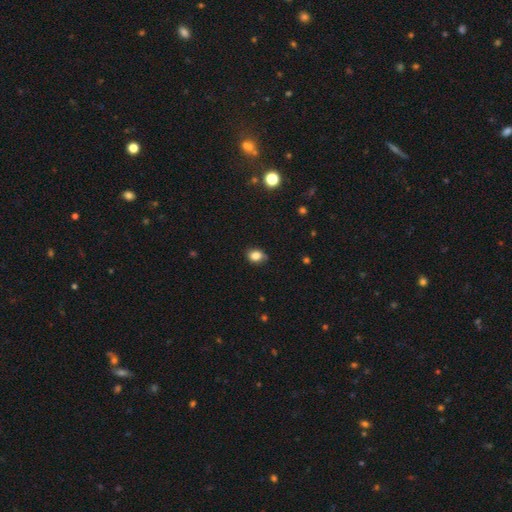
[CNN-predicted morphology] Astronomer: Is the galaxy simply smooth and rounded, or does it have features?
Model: smooth — 83%.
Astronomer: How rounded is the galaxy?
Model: in between — 50% (runner-up: round, 49%).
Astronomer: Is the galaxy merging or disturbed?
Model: none — 74%.